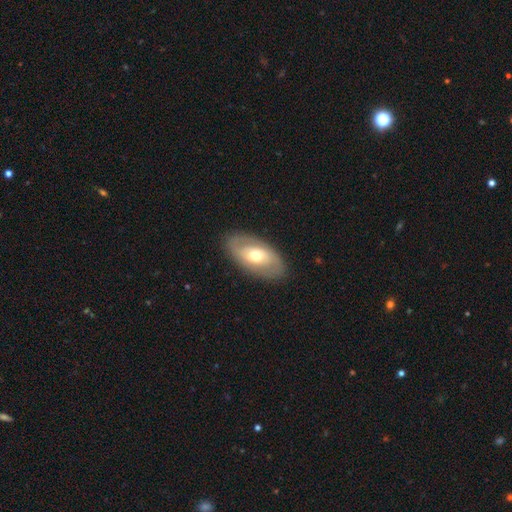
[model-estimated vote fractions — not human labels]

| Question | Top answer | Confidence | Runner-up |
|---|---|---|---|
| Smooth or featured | featured or disk | 53% | smooth (41%) |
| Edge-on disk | no | 88% | yes (12%) |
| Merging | none | 84% | minor disturbance (11%) |